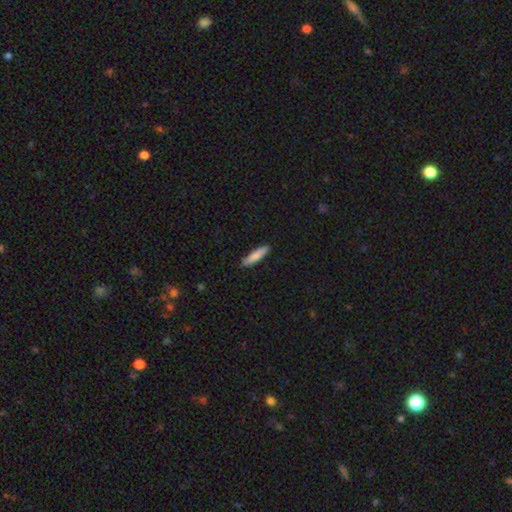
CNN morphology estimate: type=smooth (82%); roundness=cigar-shaped (83%); merging=none (89%).